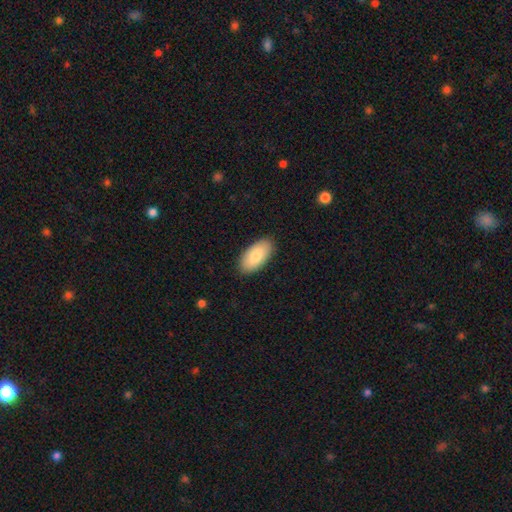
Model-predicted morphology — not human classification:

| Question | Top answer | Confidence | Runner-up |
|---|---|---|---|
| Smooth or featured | smooth | 82% | featured or disk (12%) |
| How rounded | in between | 95% | cigar-shaped (3%) |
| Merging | none | 89% | minor disturbance (9%) |